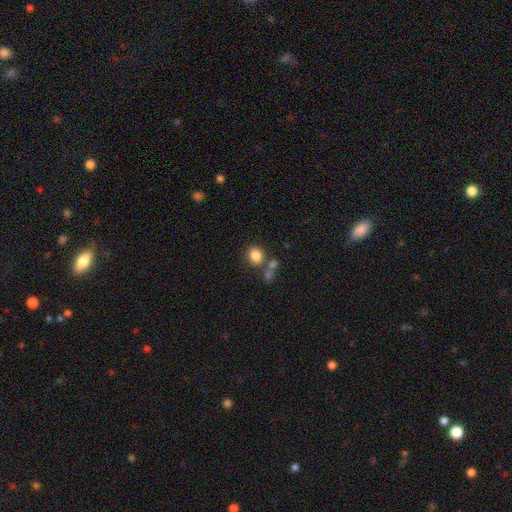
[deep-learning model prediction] Smooth or featured? Predicted: smooth (p=0.84). How rounded? Predicted: round (p=0.60). Merging? Predicted: none (p=0.64).